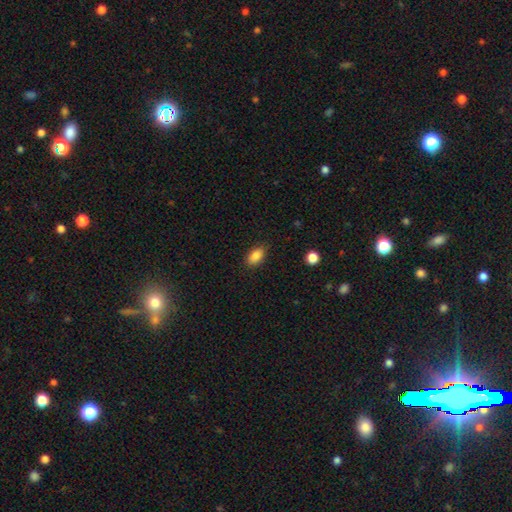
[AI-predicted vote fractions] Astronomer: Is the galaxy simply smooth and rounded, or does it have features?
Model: smooth — 87%.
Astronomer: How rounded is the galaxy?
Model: in between — 90%.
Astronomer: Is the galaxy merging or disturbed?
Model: none — 84%.